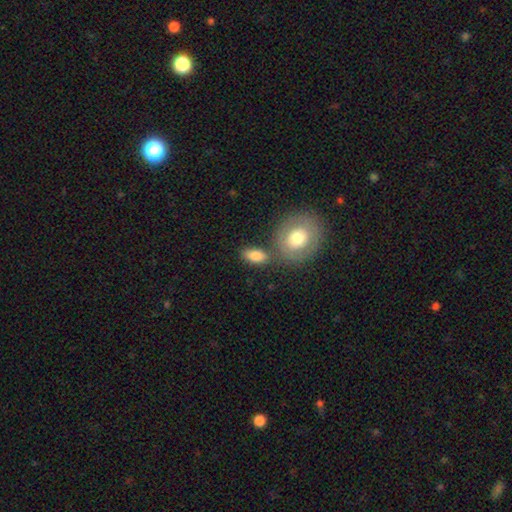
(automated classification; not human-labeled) Overall: smooth (82%). How rounded: in between (85%). Merging: none (64%).